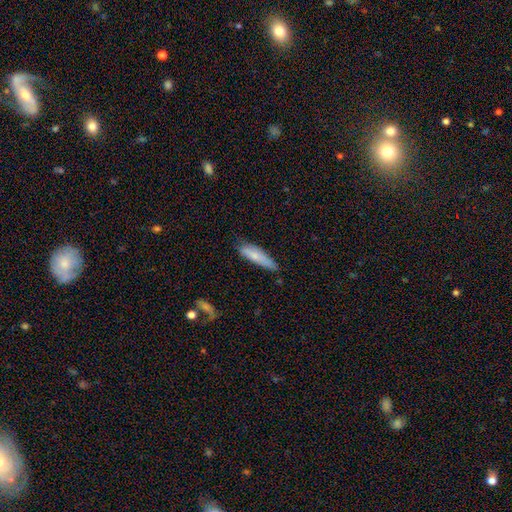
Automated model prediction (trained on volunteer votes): Smooth or featured?
  - smooth: 72% *
  - featured or disk: 21%
  - star or artifact: 6%
How rounded?
  - cigar-shaped: 68% *
  - in between: 30%
  - round: 2%
Merging?
  - none: 64% *
  - minor disturbance: 28%
  - major disturbance: 5%
  - merger: 2%